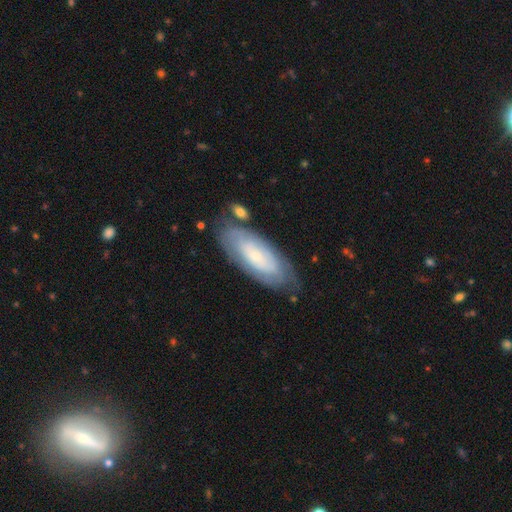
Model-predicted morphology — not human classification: A featured or disk galaxy (54%). Merging: none (71%).